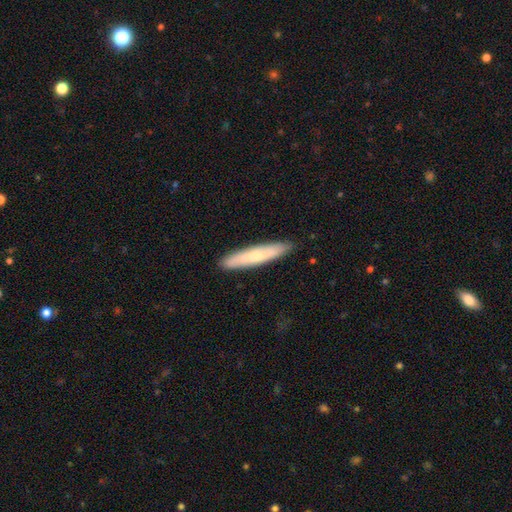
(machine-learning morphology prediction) Smooth or featured? smooth (62%)
How rounded? cigar-shaped (89%)
Merging? none (88%)